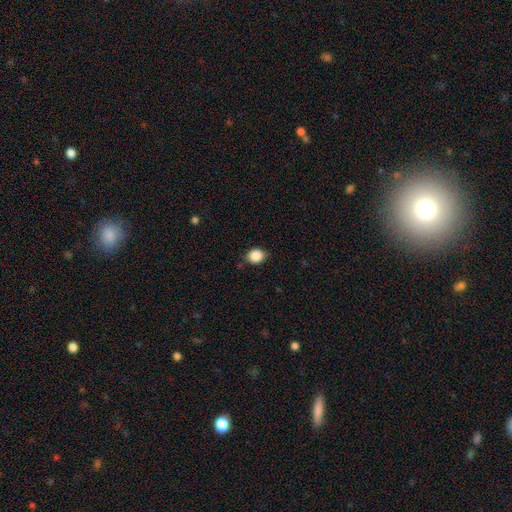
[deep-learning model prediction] Overall: smooth (87%). How rounded: round (62%; in between 37%). Merging: none (77%).